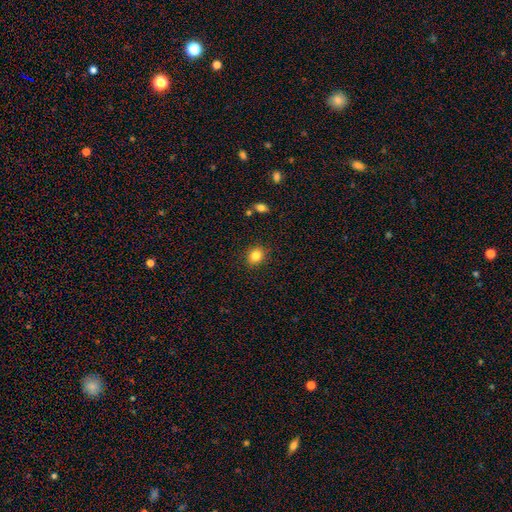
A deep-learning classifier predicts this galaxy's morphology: Smooth or featured? smooth (83%)
How rounded? round (64%)
Merging? none (88%)